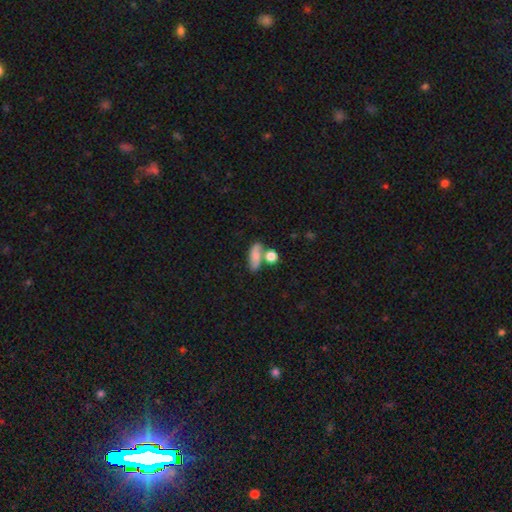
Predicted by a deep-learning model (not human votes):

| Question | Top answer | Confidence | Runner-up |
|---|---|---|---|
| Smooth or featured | smooth | 69% | featured or disk (22%) |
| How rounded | in between | 65% | cigar-shaped (21%) |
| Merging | none | 48% | merger (28%) |